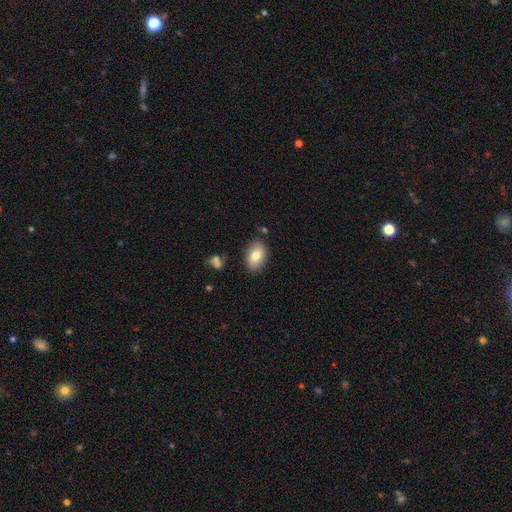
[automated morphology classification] A smooth galaxy with no disk features (79%) that is in between round and cigar-shaped (87%).

Vote fractions:
- Smooth or featured? smooth: 79% / featured or disk: 14% / star or artifact: 8%
- How rounded? in between: 87% / round: 12% / cigar-shaped: 1%
- Merging? none: 84% / minor disturbance: 11% / major disturbance: 3% / merger: 2%